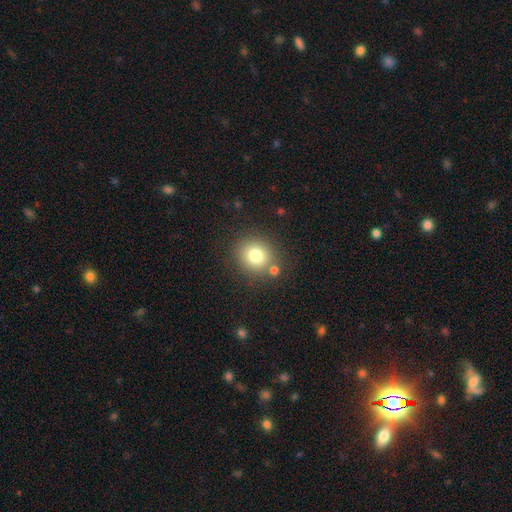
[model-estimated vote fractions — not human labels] A smooth galaxy with no disk features (78%) that is round (85%). Merging: none (79%).